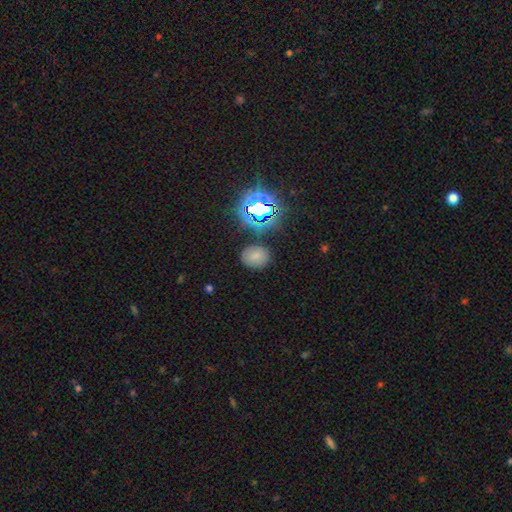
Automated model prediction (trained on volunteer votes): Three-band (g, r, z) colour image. It shows a smooth galaxy with no disk features (68%) that is in between round and cigar-shaped (52%). Merging: none (82%).